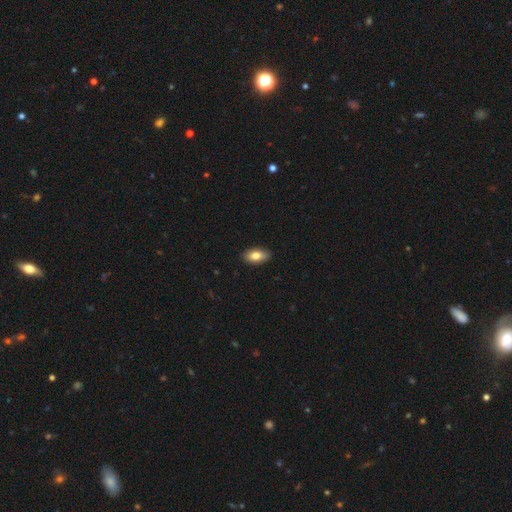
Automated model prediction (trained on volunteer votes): smooth 81%, featured or disk 12%, star or artifact 7%. Down the decision tree: how rounded — in between (92%); merging — none (88%).